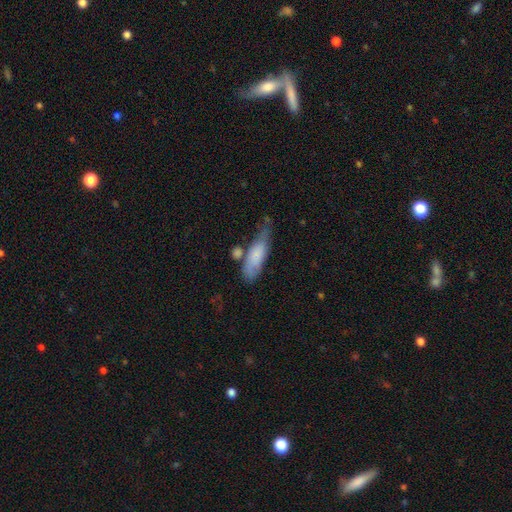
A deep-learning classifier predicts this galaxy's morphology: Overall: smooth (69%). How rounded: in between (50%; cigar-shaped 48%). Merging: none (43%; minor disturbance 30%).